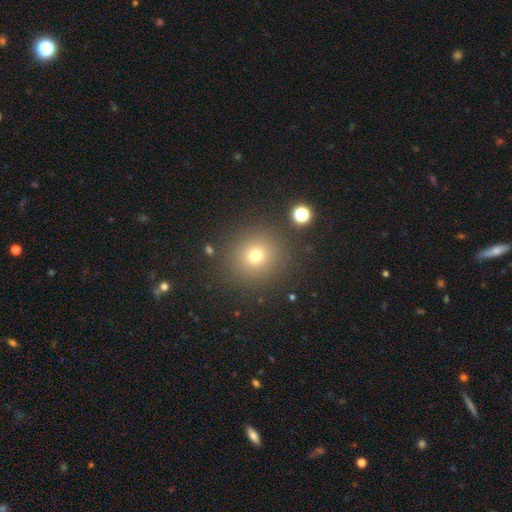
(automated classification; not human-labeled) smooth 71%, star or artifact 19%, featured or disk 9%. Down the decision tree: how rounded — round (91%); merging — none (88%).